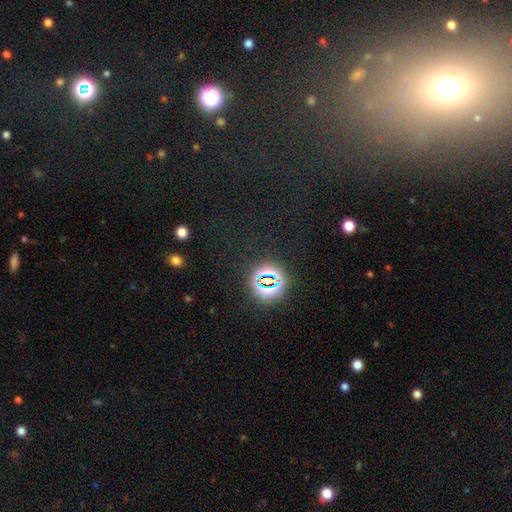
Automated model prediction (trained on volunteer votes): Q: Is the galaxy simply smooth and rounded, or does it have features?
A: star or artifact — 55%.